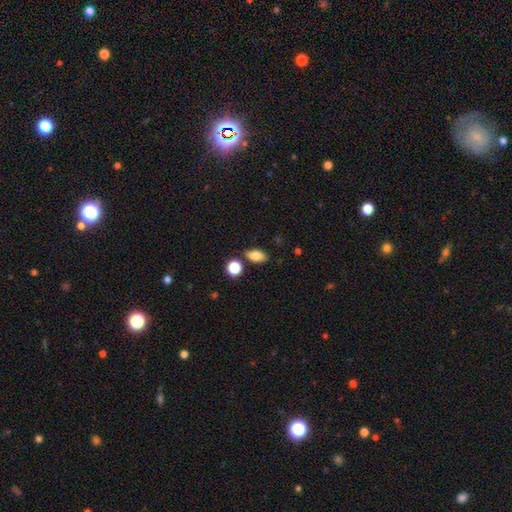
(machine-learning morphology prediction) smooth 82%, star or artifact 9%, featured or disk 8%. Down the decision tree: how rounded — in between (86%); merging — none (80%).